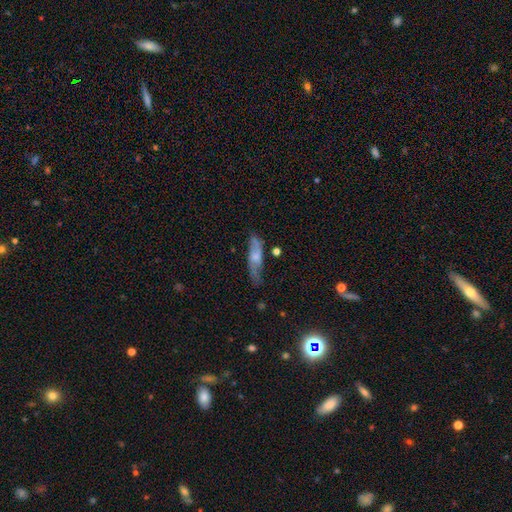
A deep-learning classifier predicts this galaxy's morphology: Q: Smooth or featured?
A: featured or disk (49%); runner-up: smooth (44%)
Q: Merging?
A: none (58%); runner-up: minor disturbance (27%)